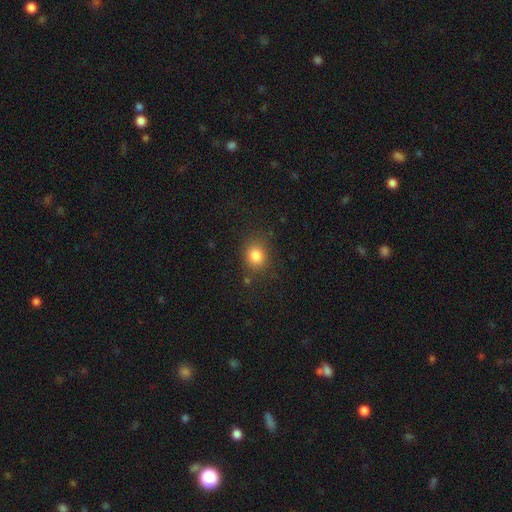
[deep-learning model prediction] Smooth or featured?
  - smooth: 83% *
  - star or artifact: 12%
  - featured or disk: 6%
How rounded?
  - round: 68% *
  - in between: 31%
  - cigar-shaped: 1%
Merging?
  - none: 81% *
  - minor disturbance: 12%
  - major disturbance: 4%
  - merger: 3%